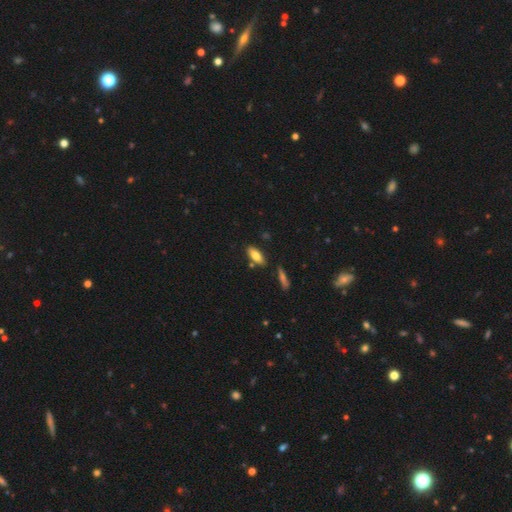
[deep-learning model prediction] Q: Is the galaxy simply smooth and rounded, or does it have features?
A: smooth — 79%.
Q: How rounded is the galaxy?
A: in between — 77%.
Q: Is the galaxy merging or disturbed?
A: none — 77%.